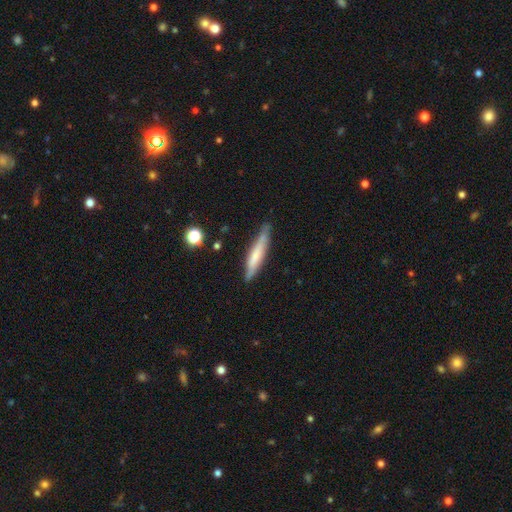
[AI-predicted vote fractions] smooth-or-featured: smooth: 55% | featured or disk: 39% | star or artifact: 6%
  how-rounded: cigar-shaped: 90% | in between: 9% | round: 1%
  merging: none: 79% | minor disturbance: 16% | major disturbance: 3% | merger: 2%